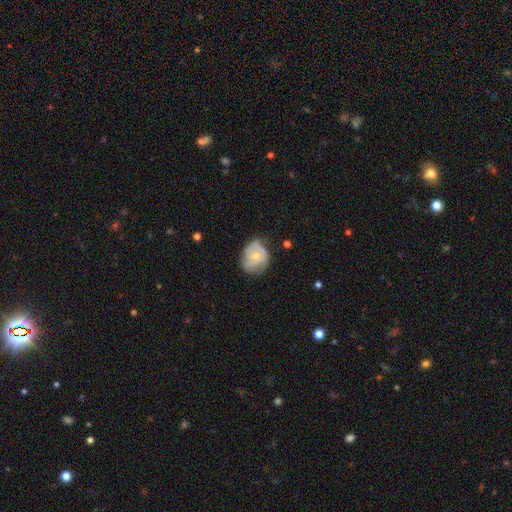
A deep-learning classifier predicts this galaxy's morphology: smooth_or_featured: featured or disk (p=0.55) [alt: smooth p=0.39]
disk_edge_on: no (p=0.97) [alt: yes p=0.03]
bar: no (p=0.78) [alt: weak p=0.19]
has_spiral_arms: yes (p=0.69) [alt: no p=0.31]
bulge_size: small (p=0.53) [alt: moderate p=0.43]
merging: none (p=0.49) [alt: minor disturbance p=0.35]